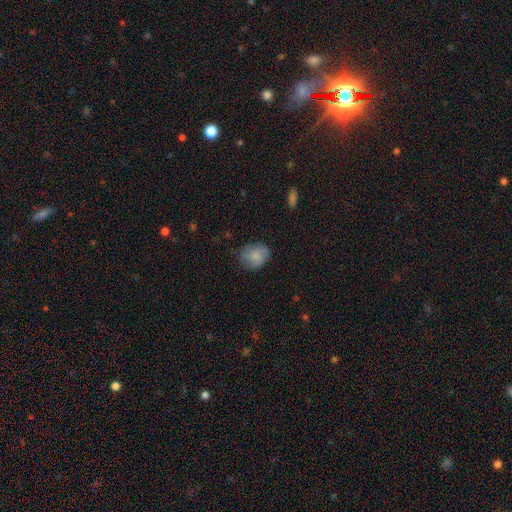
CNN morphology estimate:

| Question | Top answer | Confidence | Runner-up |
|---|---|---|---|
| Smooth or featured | smooth | 77% | featured or disk (16%) |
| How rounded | in between | 54% | round (45%) |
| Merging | none | 66% | minor disturbance (26%) |